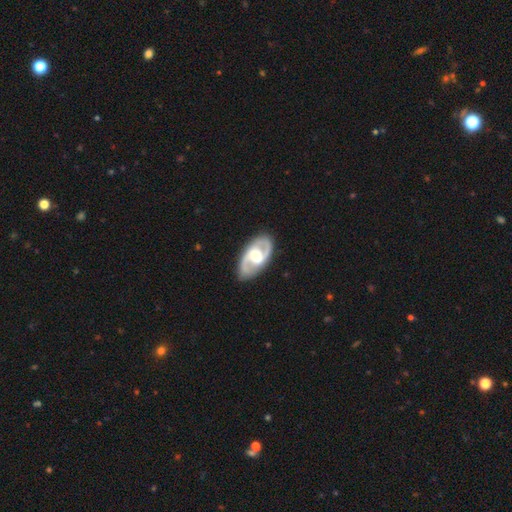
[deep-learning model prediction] featured or disk 84%, smooth 12%, star or artifact 4%. Down the decision tree: edge-on disk — no (95%); bar — weak (44%); spiral arms — yes (89%); spiral arm count — 2 (92%); spiral winding — medium (53%); bulge size — moderate (66%); merging — none (88%).